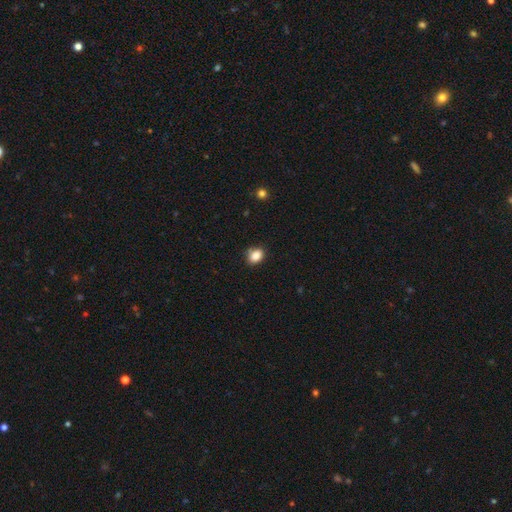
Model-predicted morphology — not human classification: This is clearly a smooth galaxy (86%). How rounded: likely in between (70%). Merging: likely none (77%).